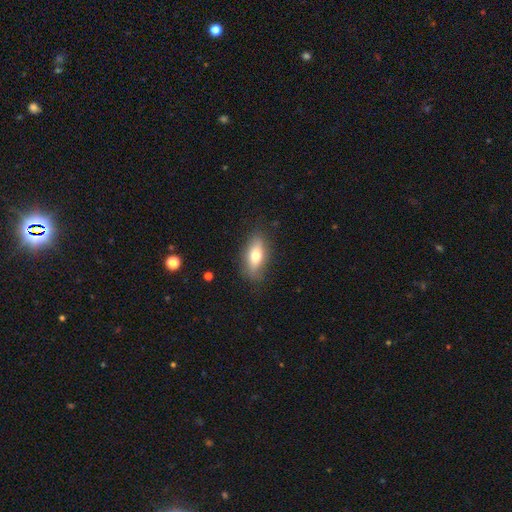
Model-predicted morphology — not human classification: This appears to be a smooth galaxy with no disk features (68%) that is in between round and cigar-shaped (73%). Merging: none (82%).